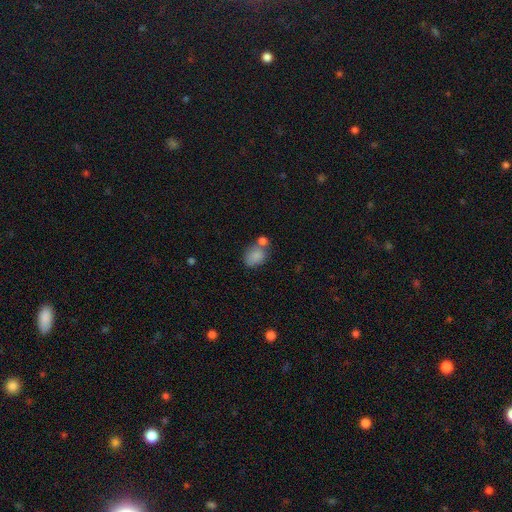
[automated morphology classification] Q: Smooth or featured?
A: smooth (84%); runner-up: star or artifact (9%)
Q: How rounded?
A: in between (70%); runner-up: round (29%)
Q: Merging?
A: none (43%); runner-up: merger (35%)